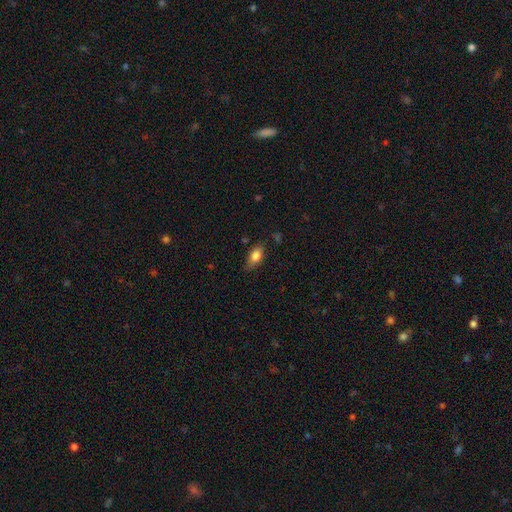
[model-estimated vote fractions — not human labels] Smooth or featured: smooth — 81% (featured or disk — 12%)
How rounded: in between — 84% (cigar-shaped — 8%)
Merging: none — 72% (minor disturbance — 22%)